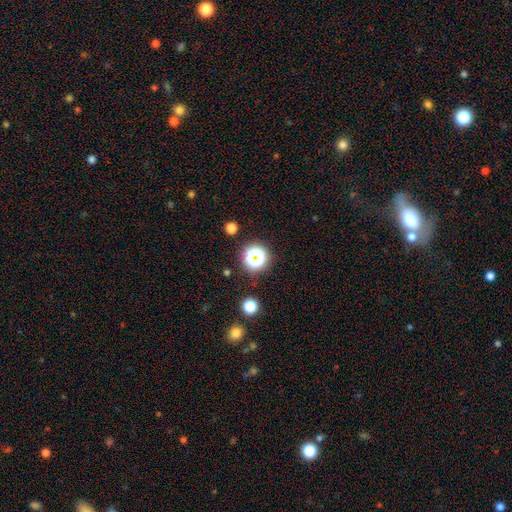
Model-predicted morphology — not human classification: Smooth or featured?
  - star or artifact: 50% *
  - smooth: 41%
  - featured or disk: 9%